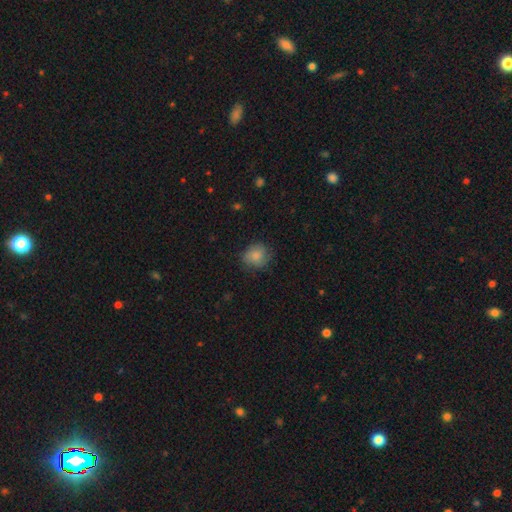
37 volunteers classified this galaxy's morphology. smooth-or-featured: smooth: 86% | featured or disk: 8% | star or artifact: 5%
  how-rounded: round: 91% | in between: 9% | cigar-shaped: 0%
  merging: none: 77% | minor disturbance: 20% | major disturbance: 3% | merger: 0%